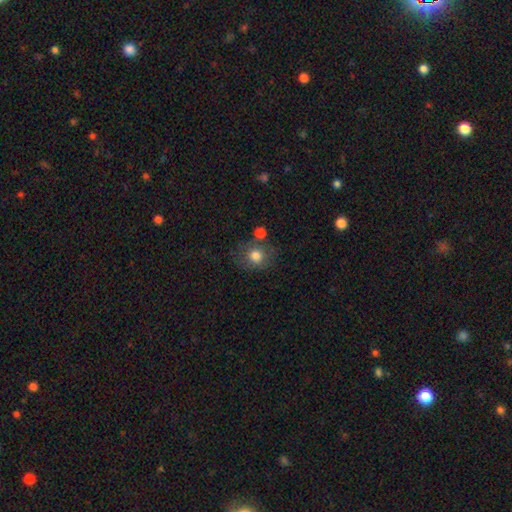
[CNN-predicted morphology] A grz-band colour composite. It shows a smooth galaxy with no disk features (78%) that is round (72%). Merging: none (63%).